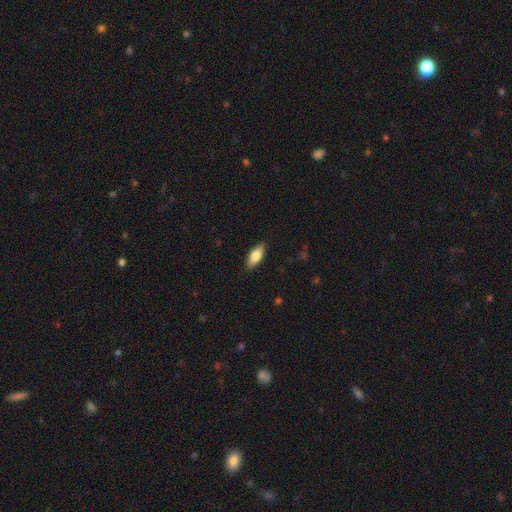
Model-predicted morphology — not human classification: The model was most divided on "smooth or featured": smooth: 76%, featured or disk: 18%, star or artifact: 6%. More confident: merging — none (88%); how rounded — in between (78%).